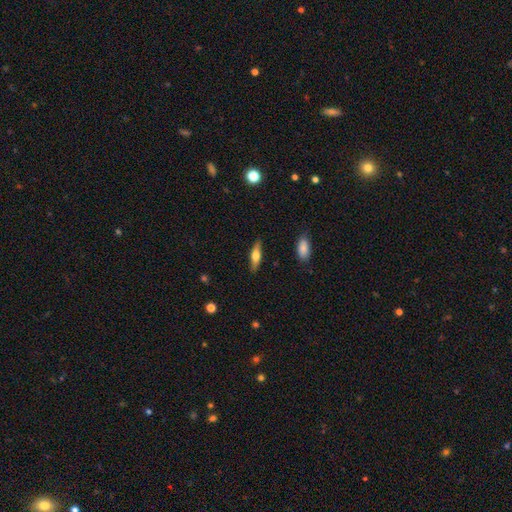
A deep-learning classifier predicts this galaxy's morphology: This is possibly a smooth galaxy (53%). How rounded: possibly cigar-shaped (58%). Merging: clearly none (86%).